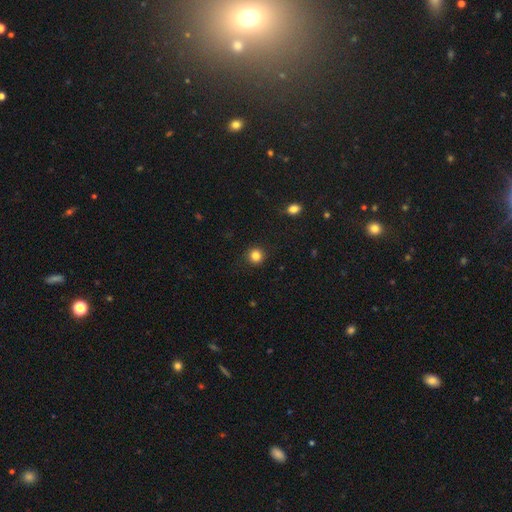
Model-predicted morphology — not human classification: The model was most divided on "smooth or featured": smooth: 83%, star or artifact: 12%, featured or disk: 5%. More confident: how rounded — round (94%); merging — none (91%).